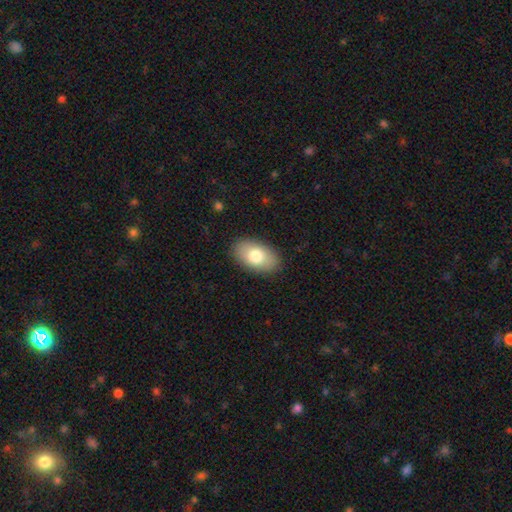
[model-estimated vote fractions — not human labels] Smooth or featured? smooth (78%)
How rounded? in between (93%)
Merging? none (88%)